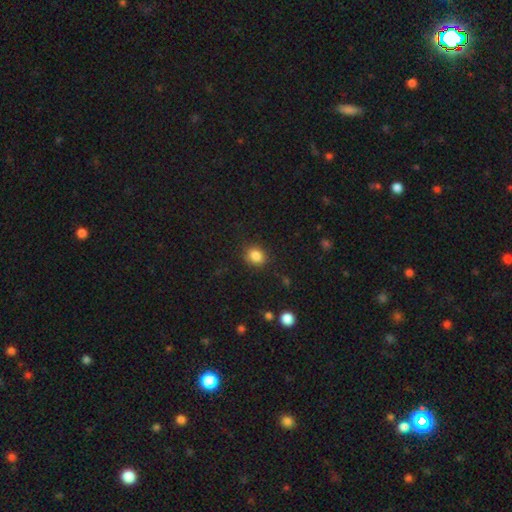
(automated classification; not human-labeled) smooth 85%, star or artifact 10%, featured or disk 4%. Down the decision tree: how rounded — round (66%); merging — none (86%).